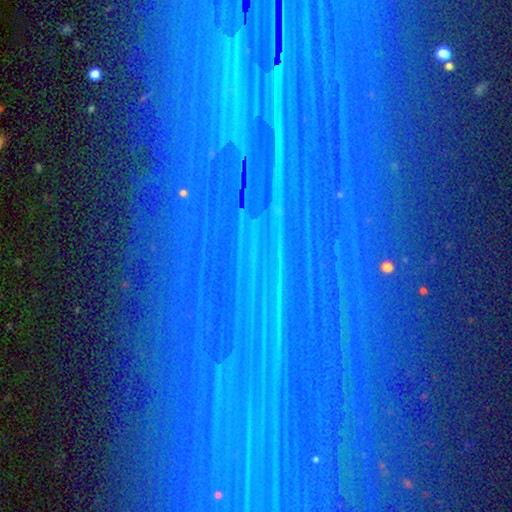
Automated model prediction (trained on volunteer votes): star or artifact 79%, featured or disk 12%, smooth 9%.